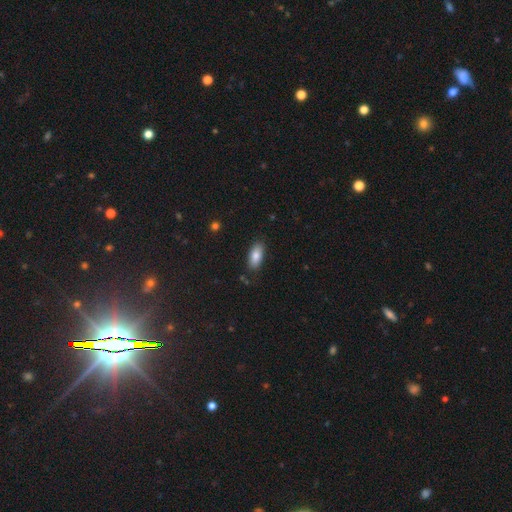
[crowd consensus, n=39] A smooth galaxy with no disk features (82%) that is in between round and cigar-shaped (81%).

Vote fractions:
- Smooth or featured? smooth: 82% / star or artifact: 13% / featured or disk: 5%
- How rounded? in between: 81% / cigar-shaped: 16% / round: 3%
- Merging? none: 85% / minor disturbance: 15% / major disturbance: 0% / merger: 0%